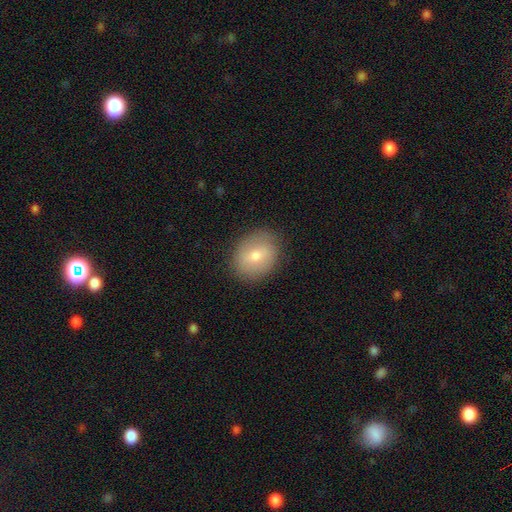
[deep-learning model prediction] A smooth galaxy with no disk features (66%) that is in between round and cigar-shaped (52%). Merging: none (85%).